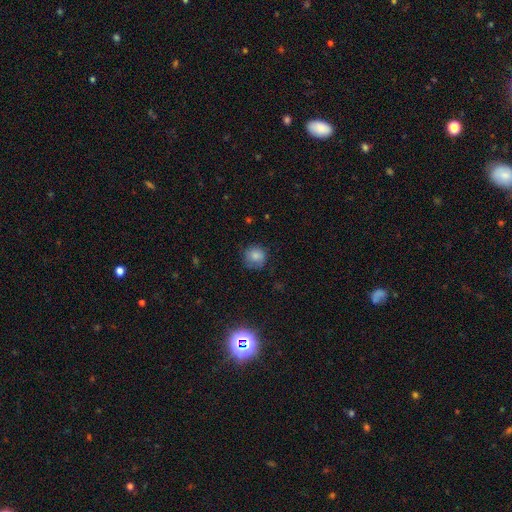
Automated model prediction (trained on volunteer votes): Q: Smooth or featured?
A: smooth (82%); runner-up: star or artifact (11%)
Q: How rounded?
A: round (90%); runner-up: in between (9%)
Q: Merging?
A: none (74%); runner-up: minor disturbance (19%)